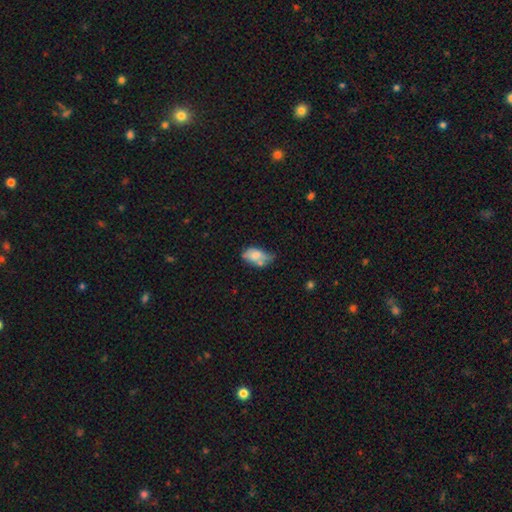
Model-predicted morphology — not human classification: Smooth or featured: smooth — 68% (featured or disk — 23%)
How rounded: in between — 91% (round — 6%)
Merging: minor disturbance — 33% (tied with none — 33%)